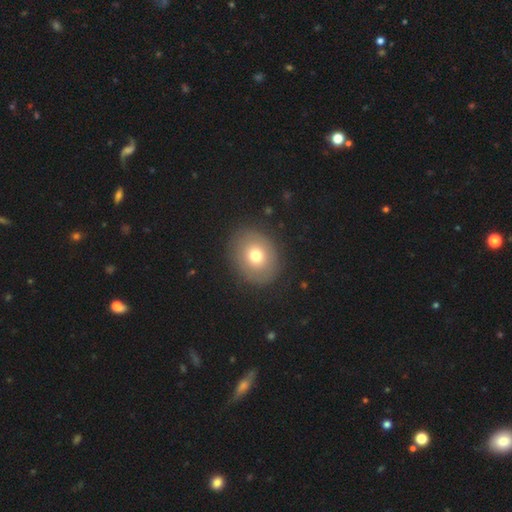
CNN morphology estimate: Q: Smooth or featured?
A: smooth (70%); runner-up: featured or disk (20%)
Q: How rounded?
A: round (58%); runner-up: in between (41%)
Q: Merging?
A: none (86%); runner-up: minor disturbance (9%)